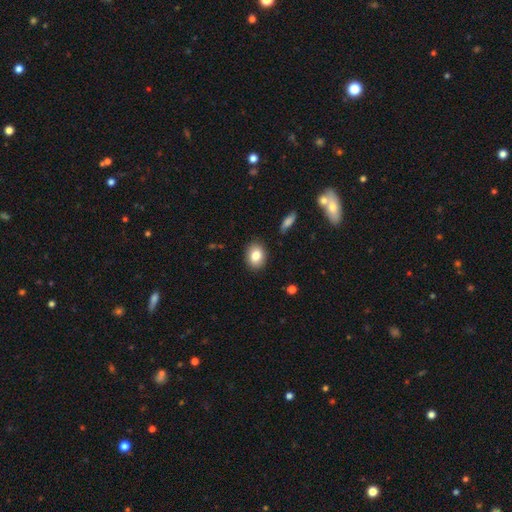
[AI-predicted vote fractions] This appears to be a smooth galaxy with no disk features (83%) that is in between round and cigar-shaped (63%). Merging: none (88%).